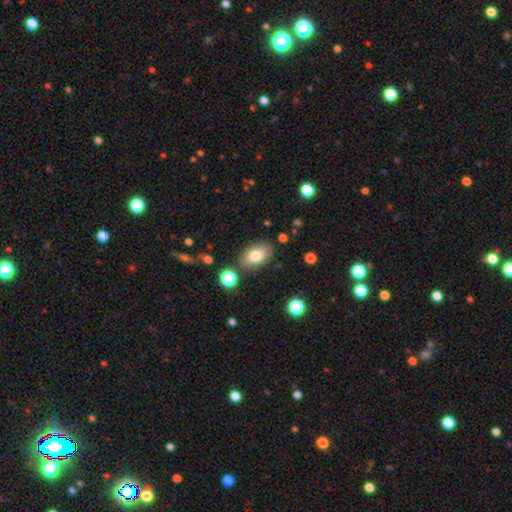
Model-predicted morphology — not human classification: Smooth or featured?
  - smooth: 78% *
  - featured or disk: 14%
  - star or artifact: 8%
How rounded?
  - in between: 90% *
  - round: 8%
  - cigar-shaped: 2%
Merging?
  - none: 80% *
  - minor disturbance: 12%
  - merger: 4%
  - major disturbance: 3%